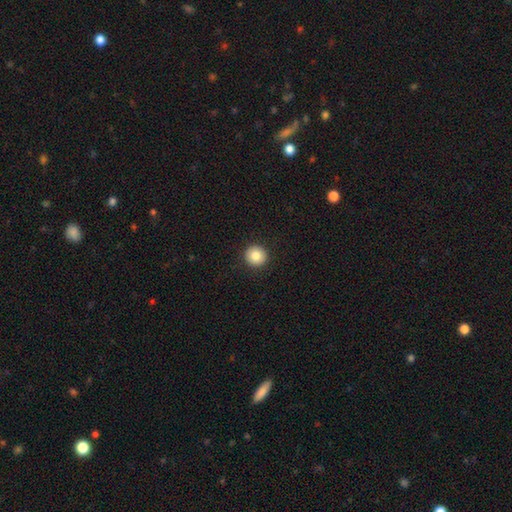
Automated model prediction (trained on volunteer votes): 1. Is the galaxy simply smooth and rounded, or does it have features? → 84% smooth, 9% star or artifact, 8% featured or disk.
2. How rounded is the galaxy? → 95% round, 4% in between, 1% cigar-shaped.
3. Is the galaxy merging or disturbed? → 93% none, 4% minor disturbance, 2% major disturbance, 1% merger.